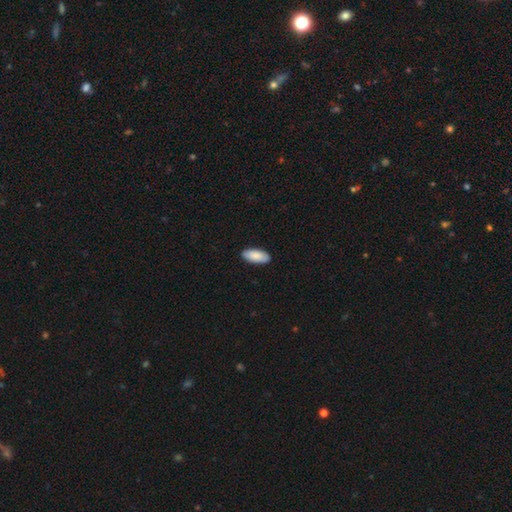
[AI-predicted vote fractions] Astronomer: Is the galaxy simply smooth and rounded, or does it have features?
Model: smooth — 86%.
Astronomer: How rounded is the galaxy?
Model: in between — 89%.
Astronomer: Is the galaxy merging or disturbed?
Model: none — 88%.